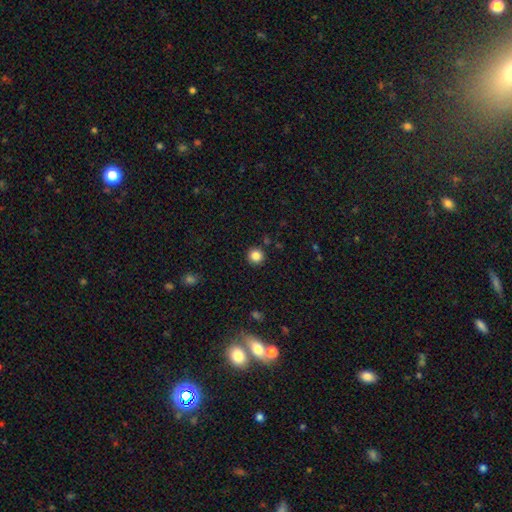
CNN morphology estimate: The model was most divided on "smooth or featured": smooth: 85%, star or artifact: 11%, featured or disk: 4%. More confident: how rounded — round (95%); merging — none (91%).